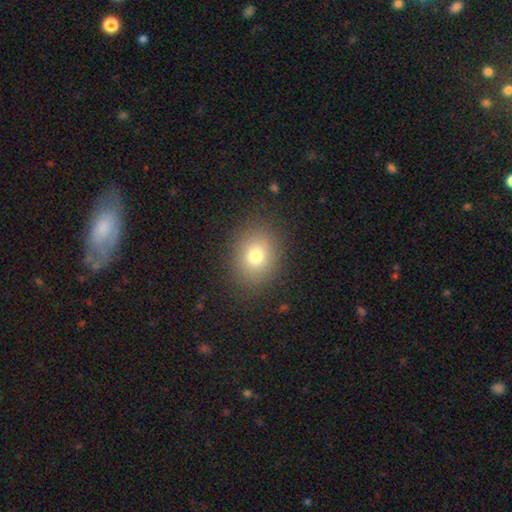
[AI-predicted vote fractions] smooth 76%, star or artifact 13%, featured or disk 11%. Down the decision tree: how rounded — round (53%); merging — none (86%).